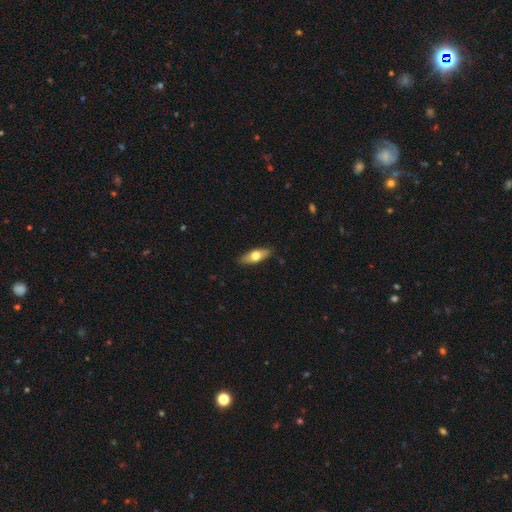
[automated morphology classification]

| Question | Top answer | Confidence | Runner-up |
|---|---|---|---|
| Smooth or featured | smooth | 59% | featured or disk (35%) |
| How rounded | in between | 65% | cigar-shaped (32%) |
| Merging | none | 88% | minor disturbance (9%) |